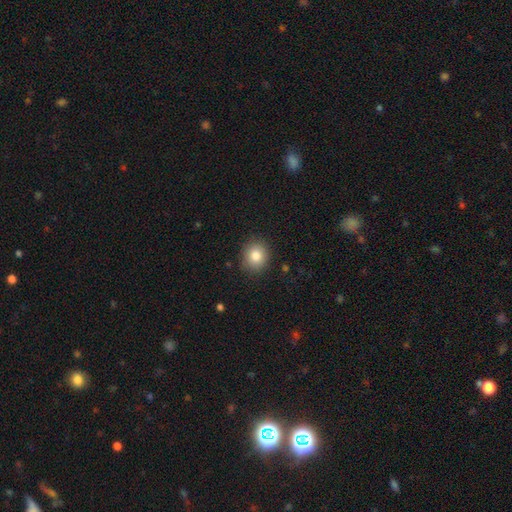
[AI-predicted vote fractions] smooth-or-featured: smooth: 83% | star or artifact: 10% | featured or disk: 7%
  how-rounded: round: 80% | in between: 19% | cigar-shaped: 1%
  merging: none: 88% | minor disturbance: 9% | major disturbance: 2% | merger: 1%